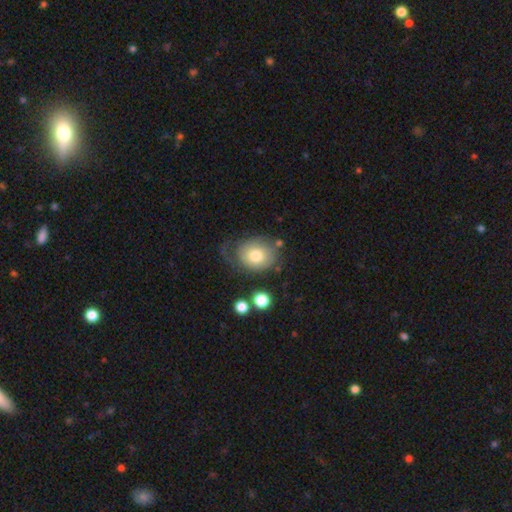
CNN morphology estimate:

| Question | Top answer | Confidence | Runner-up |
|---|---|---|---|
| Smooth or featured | smooth | 70% | featured or disk (23%) |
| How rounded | round | 57% | in between (42%) |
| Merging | none | 51% | minor disturbance (25%) |